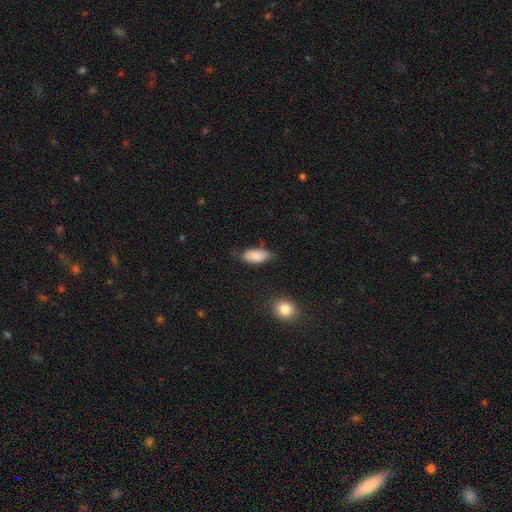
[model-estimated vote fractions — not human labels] This is clearly a smooth galaxy (87%). How rounded: clearly in between (89%). Merging: likely none (69%).